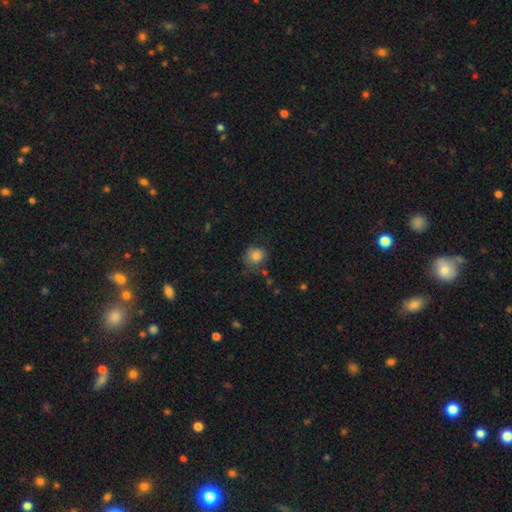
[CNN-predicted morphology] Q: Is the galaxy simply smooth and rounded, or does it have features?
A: smooth — 82%.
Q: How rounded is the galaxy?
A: round — 82%.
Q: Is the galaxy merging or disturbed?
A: none — 69%.